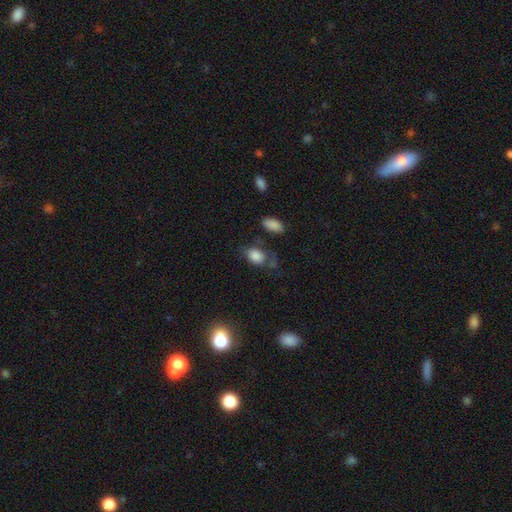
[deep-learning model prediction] A smooth galaxy with no disk features (82%) that is in between round and cigar-shaped (82%). Merging: none (49%).